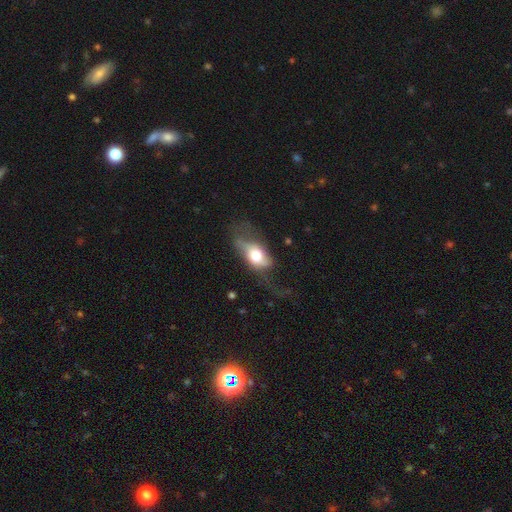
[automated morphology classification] smooth_or_featured: smooth (p=0.50) [alt: featured or disk p=0.43]
merging: major disturbance (p=0.42) [alt: none p=0.30]